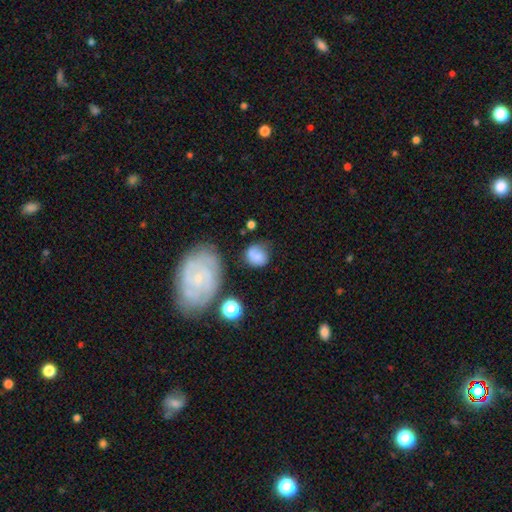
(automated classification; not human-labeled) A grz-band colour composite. It shows a smooth galaxy with no disk features (68%) that is round (68%). Merging: none (56%).